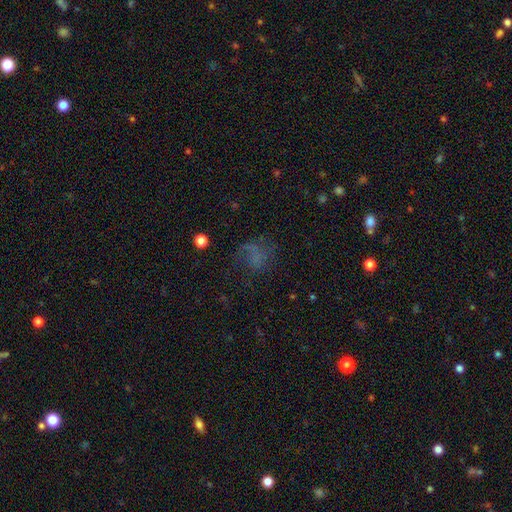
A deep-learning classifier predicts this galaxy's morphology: Smooth or featured: smooth — 44% (featured or disk — 31%)
Merging: none — 44% (major disturbance — 33%)